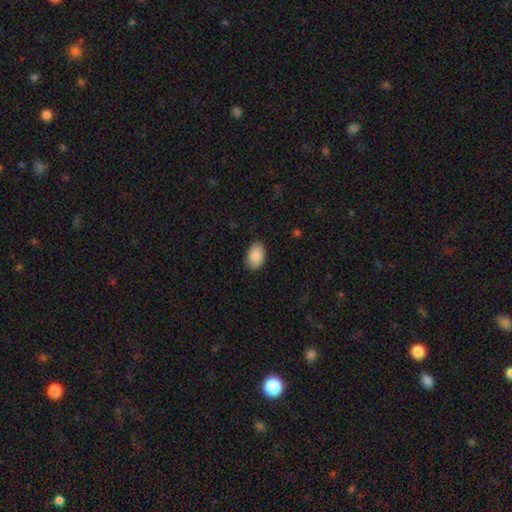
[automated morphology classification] Smooth or featured? Predicted: smooth (p=0.89). How rounded? Predicted: in between (p=0.87). Merging? Predicted: none (p=0.84).